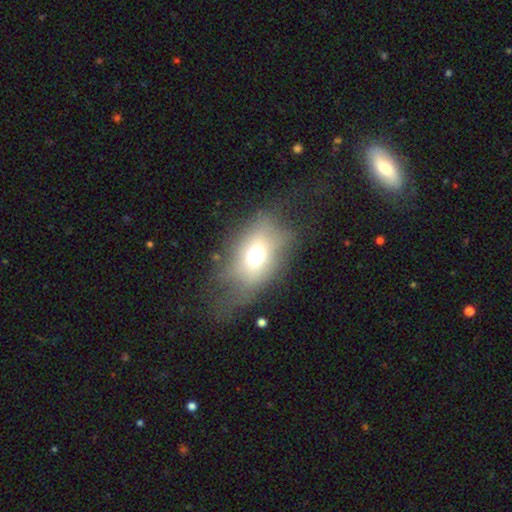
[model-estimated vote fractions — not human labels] The model was most divided on "merging": none: 43%, major disturbance: 31%, minor disturbance: 23%, merger: 3%. More confident: how rounded — in between (68%); smooth or featured — smooth (59%).